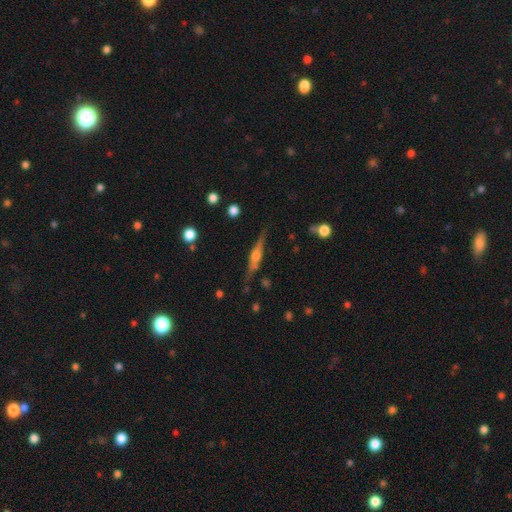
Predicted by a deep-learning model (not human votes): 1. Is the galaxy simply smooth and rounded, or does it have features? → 72% featured or disk, 21% smooth, 7% star or artifact.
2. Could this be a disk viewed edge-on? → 97% yes, 3% no.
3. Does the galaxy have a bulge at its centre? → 83% rounded, 12% boxy, 5% none.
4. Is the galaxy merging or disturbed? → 83% none, 12% minor disturbance, 3% major disturbance, 2% merger.